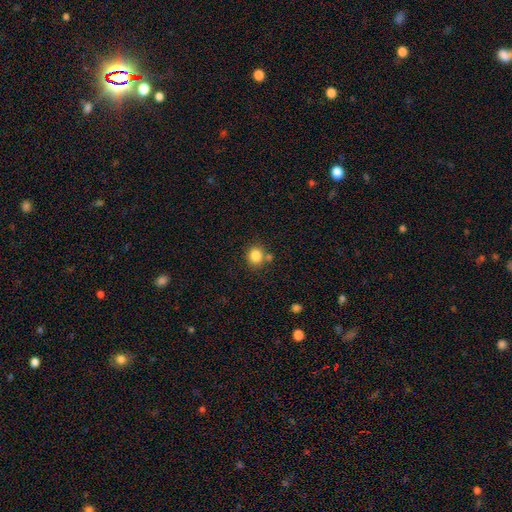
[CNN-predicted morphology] smooth_or_featured: smooth (p=0.84) [alt: star or artifact p=0.10]
how_rounded: round (p=0.74) [alt: in between p=0.25]
merging: none (p=0.72) [alt: merger p=0.14]